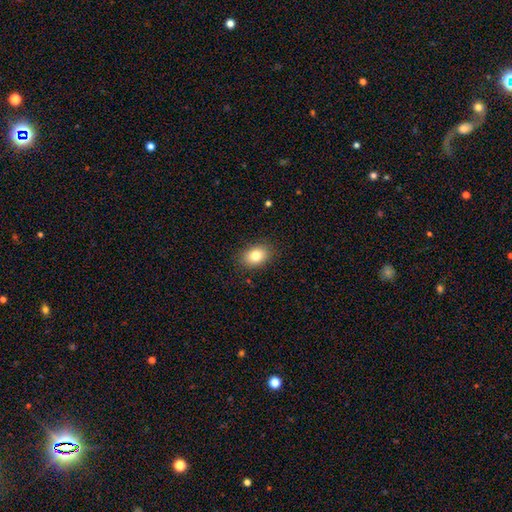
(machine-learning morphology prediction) A smooth galaxy with no disk features (81%) that is in between round and cigar-shaped (74%). Merging: none (88%).